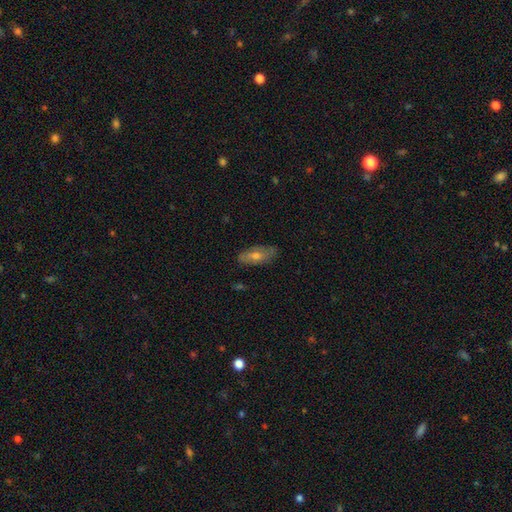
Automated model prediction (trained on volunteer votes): Overall: smooth (54%; featured or disk 37%). How rounded: in between (74%). Merging: none (82%).